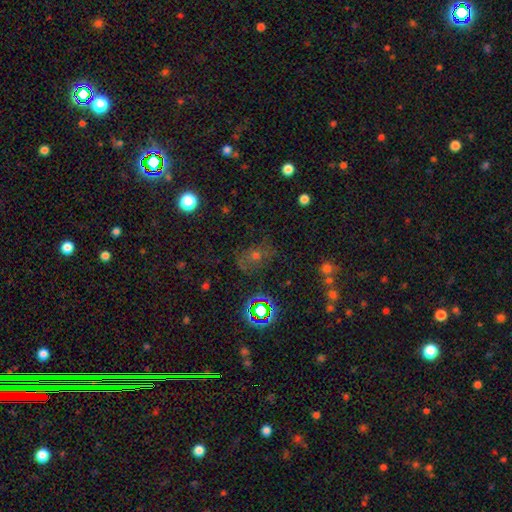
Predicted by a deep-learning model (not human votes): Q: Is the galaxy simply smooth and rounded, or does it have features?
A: smooth — 41%.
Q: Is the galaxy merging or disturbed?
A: none — 65%.